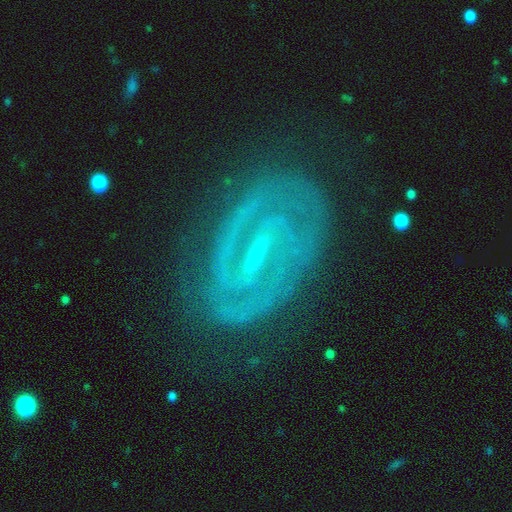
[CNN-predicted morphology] Smooth or featured: featured or disk — 87% (star or artifact — 7%)
Edge-on disk: no — 95% (yes — 5%)
Bar: strong — 57% (weak — 32%)
Spiral arms: yes — 92% (no — 8%)
Spiral winding: tight — 62% (medium — 30%)
Spiral arm count: 2 — 72% (can't tell — 13%)
Bulge size: small — 75% (moderate — 16%)
Merging: none — 79% (minor disturbance — 14%)